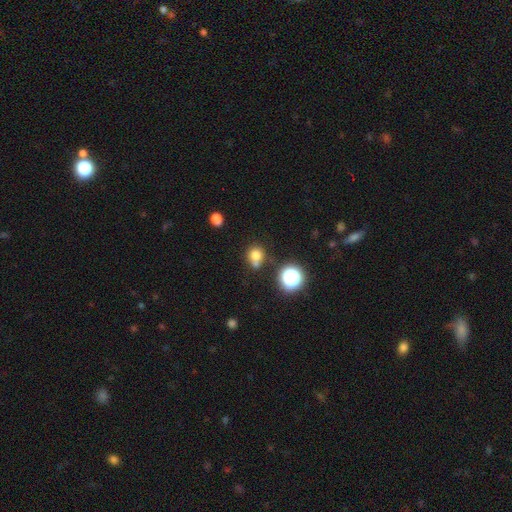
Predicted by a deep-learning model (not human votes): smooth 75%, star or artifact 16%, featured or disk 9%. Down the decision tree: how rounded — round (83%); merging — none (57%).